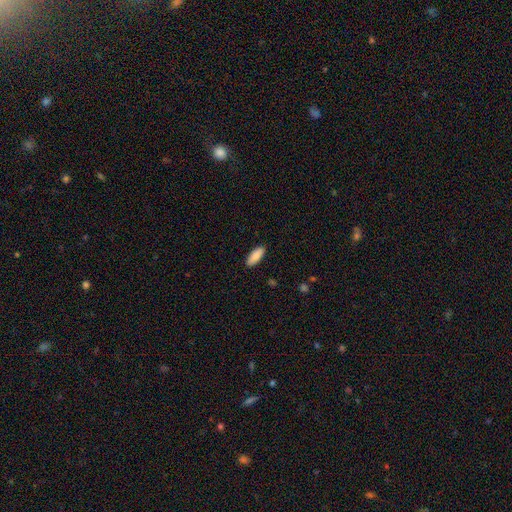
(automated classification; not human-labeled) A smooth galaxy with no disk features (89%) that is in between round and cigar-shaped (73%). Merging: none (90%).